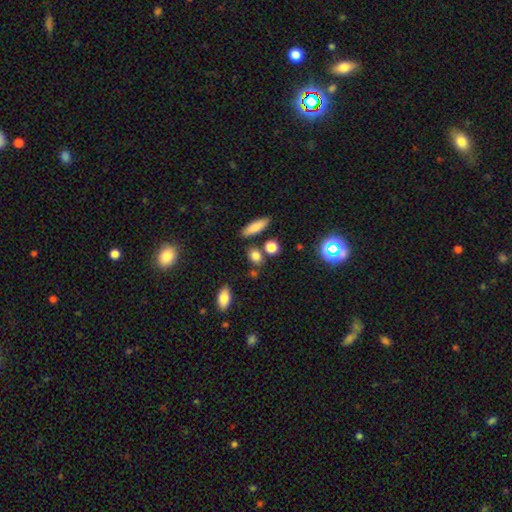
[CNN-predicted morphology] Smooth or featured? Predicted: smooth (p=0.81). How rounded? Predicted: round (p=0.48). Merging? Predicted: none (p=0.75).